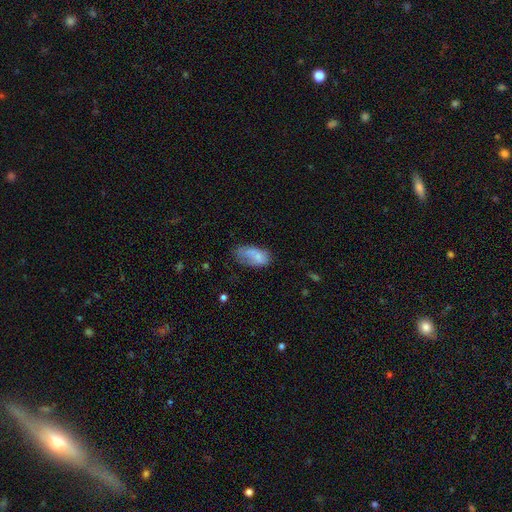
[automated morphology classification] Q: Smooth or featured?
A: smooth (71%); runner-up: featured or disk (21%)
Q: How rounded?
A: in between (92%); runner-up: round (4%)
Q: Merging?
A: none (36%); runner-up: minor disturbance (33%)